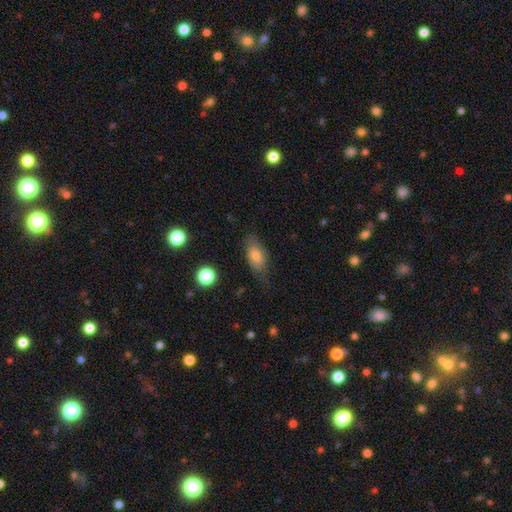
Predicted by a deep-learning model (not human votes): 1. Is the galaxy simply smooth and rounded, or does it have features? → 67% smooth, 25% featured or disk, 8% star or artifact.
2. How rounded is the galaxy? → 85% in between, 9% cigar-shaped, 6% round.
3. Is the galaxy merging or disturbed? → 66% none, 24% minor disturbance, 8% major disturbance, 2% merger.